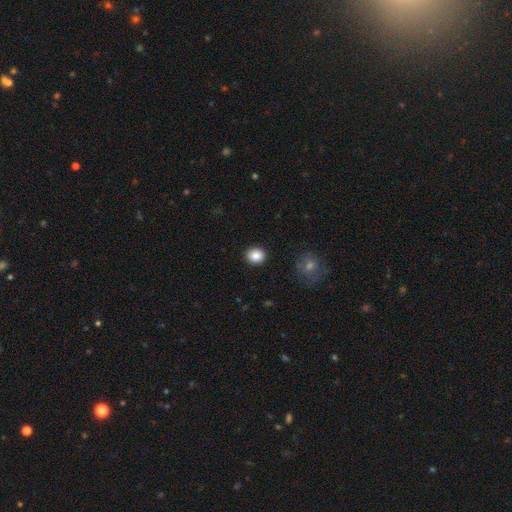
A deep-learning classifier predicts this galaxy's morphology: Q: Smooth or featured?
A: smooth (85%); runner-up: star or artifact (9%)
Q: How rounded?
A: round (78%); runner-up: in between (22%)
Q: Merging?
A: none (91%); runner-up: minor disturbance (6%)